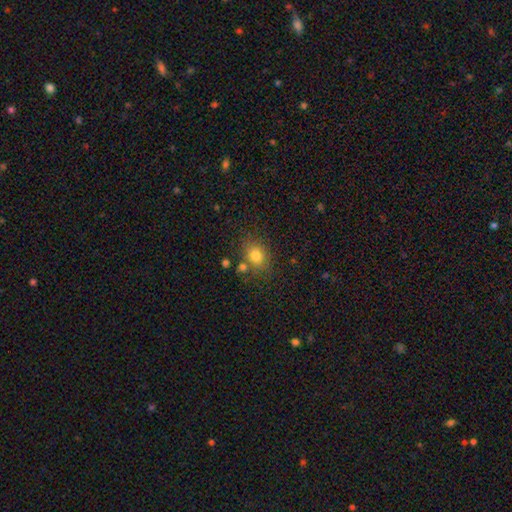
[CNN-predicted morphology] smooth_or_featured: smooth (p=0.80) [alt: star or artifact p=0.12]
how_rounded: round (p=0.52) [alt: in between p=0.47]
merging: none (p=0.72) [alt: minor disturbance p=0.14]